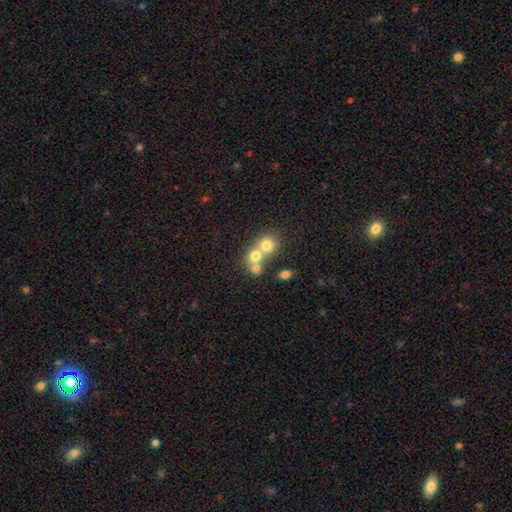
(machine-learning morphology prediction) type=smooth (71%); roundness=round (76%); merging=merger (61%).